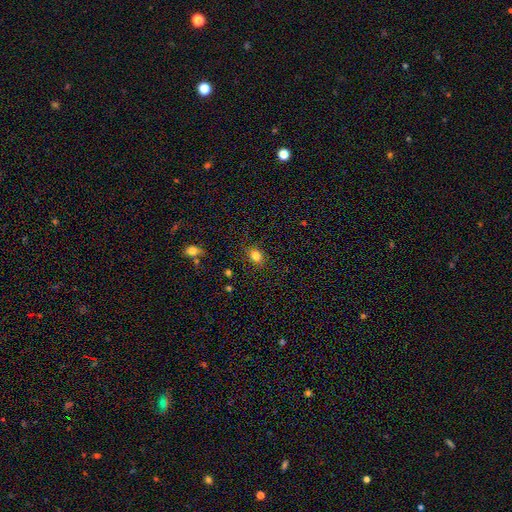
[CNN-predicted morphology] The model was most divided on "how rounded": in between: 58%, round: 41%, cigar-shaped: 1%. More confident: merging — none (84%); smooth or featured — smooth (82%).